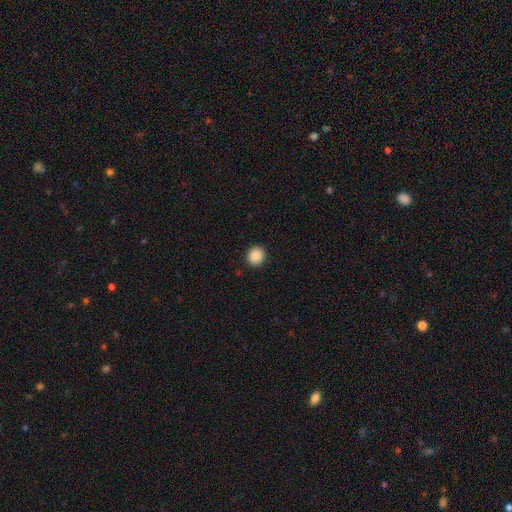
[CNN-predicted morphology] The model was most divided on "how rounded": round: 86%, in between: 13%, cigar-shaped: 1%. More confident: merging — none (92%); smooth or featured — smooth (89%).